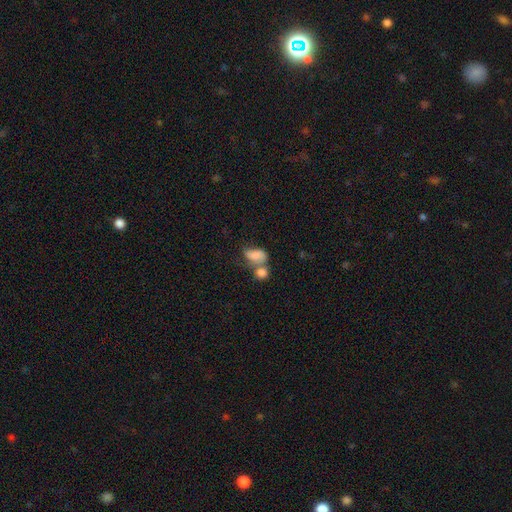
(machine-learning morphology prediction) The model was most divided on "merging": merger: 57%, none: 19%, minor disturbance: 12%, major disturbance: 12%. More confident: how rounded — in between (84%); smooth or featured — smooth (72%).